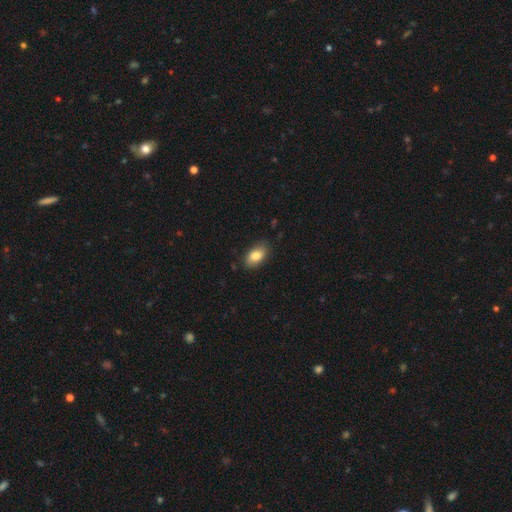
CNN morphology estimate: Overall: smooth (85%). How rounded: in between (92%). Merging: none (81%).